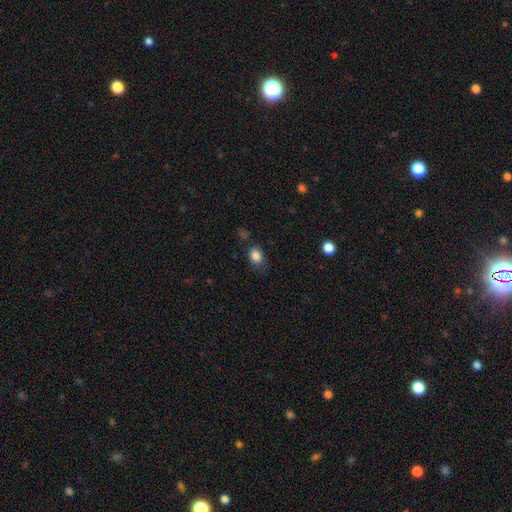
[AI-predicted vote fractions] A smooth galaxy with no disk features (84%) that is in between round and cigar-shaped (74%). Merging: none (61%).